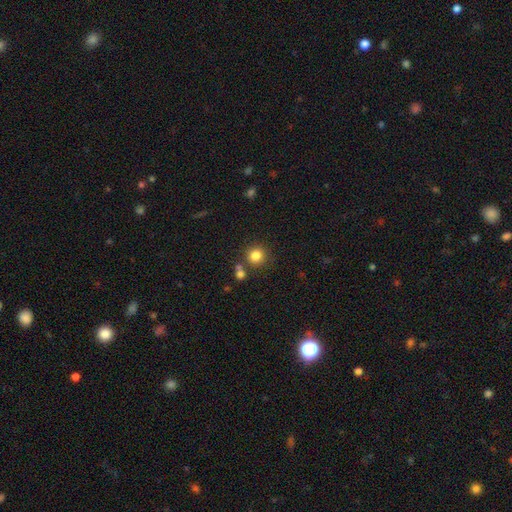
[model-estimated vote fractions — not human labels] Smooth or featured: smooth — 82% (star or artifact — 12%)
How rounded: round — 91% (in between — 8%)
Merging: none — 77% (merger — 11%)